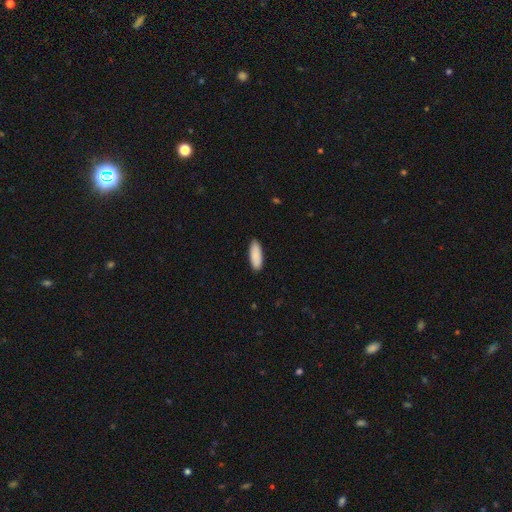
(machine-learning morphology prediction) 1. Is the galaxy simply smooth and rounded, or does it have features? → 90% smooth, 5% star or artifact, 5% featured or disk.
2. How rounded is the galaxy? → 64% in between, 35% cigar-shaped, 2% round.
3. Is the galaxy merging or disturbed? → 89% none, 8% minor disturbance, 2% major disturbance, 1% merger.